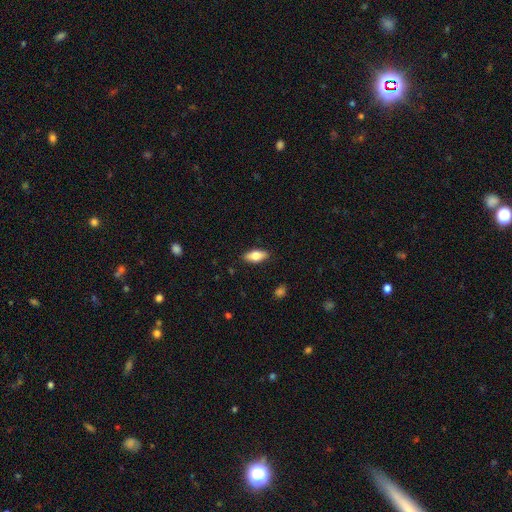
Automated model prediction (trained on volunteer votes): Smooth or featured: smooth — 71% (featured or disk — 22%)
How rounded: in between — 82% (cigar-shaped — 16%)
Merging: none — 88% (minor disturbance — 9%)